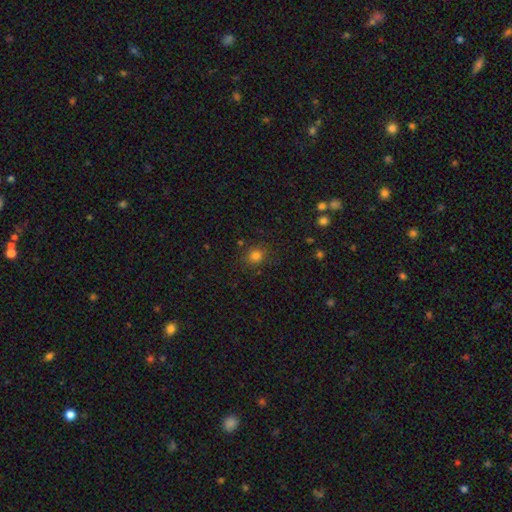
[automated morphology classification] This appears to be a smooth galaxy with no disk features (80%) that is round (85%). Merging: none (82%).